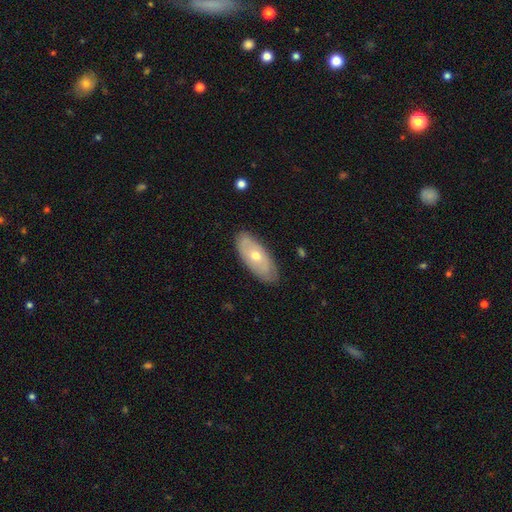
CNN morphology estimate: Smooth or featured? featured or disk (50%)
Merging? none (82%)